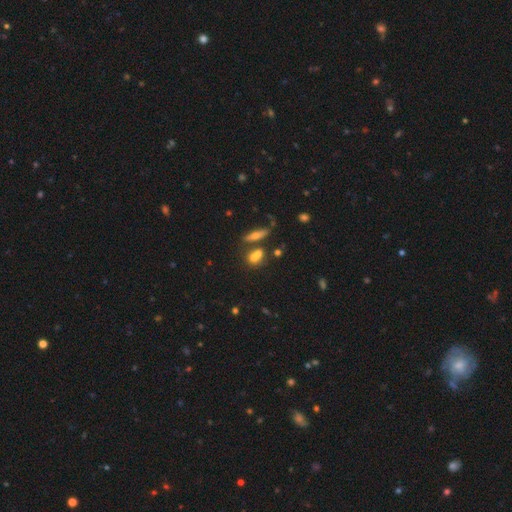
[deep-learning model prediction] smooth 61%, featured or disk 22%, star or artifact 17%. Down the decision tree: how rounded — in between (44%); merging — none (44%).